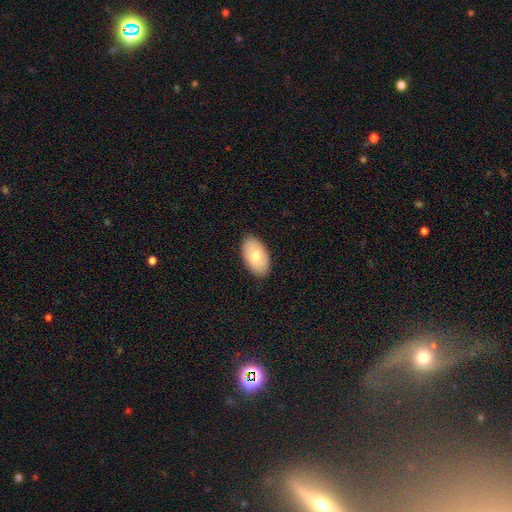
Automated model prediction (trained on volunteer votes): Morphology: type=smooth (74%); roundness=in between (95%); merging=none (89%).